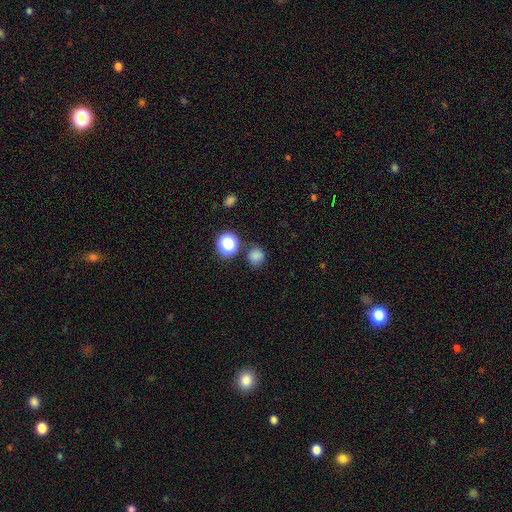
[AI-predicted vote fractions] Smooth or featured? smooth (78%)
How rounded? round (89%)
Merging? none (78%)